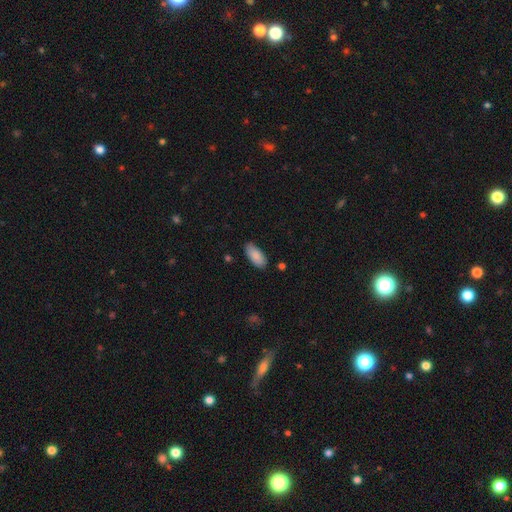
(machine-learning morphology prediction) Overall: smooth (88%). How rounded: in between (91%). Merging: none (83%).